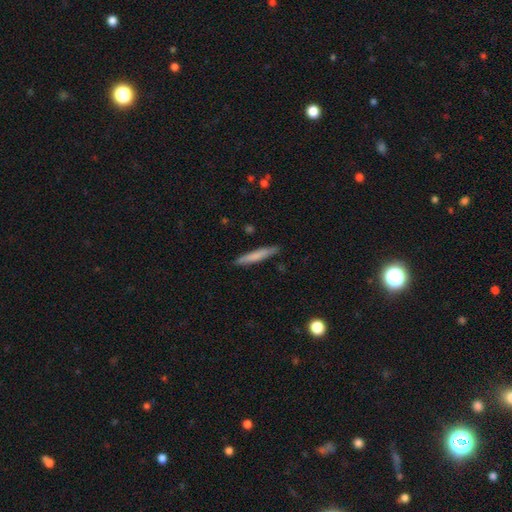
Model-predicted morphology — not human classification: Smooth or featured? Predicted: smooth (p=0.72). How rounded? Predicted: cigar-shaped (p=0.94). Merging? Predicted: none (p=0.89).